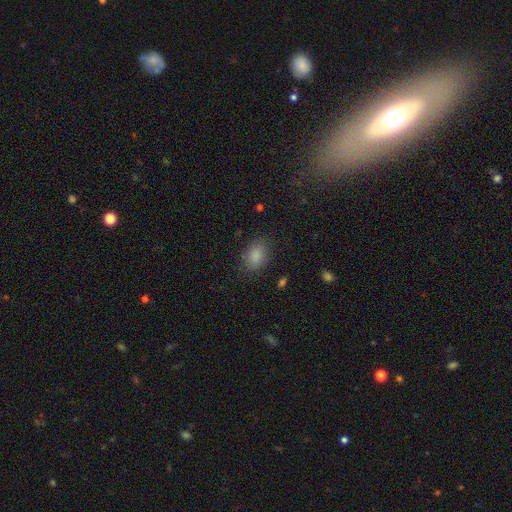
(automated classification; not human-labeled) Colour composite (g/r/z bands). It shows a smooth galaxy with no disk features (86%) that is in between round and cigar-shaped (84%). Merging: none (82%).